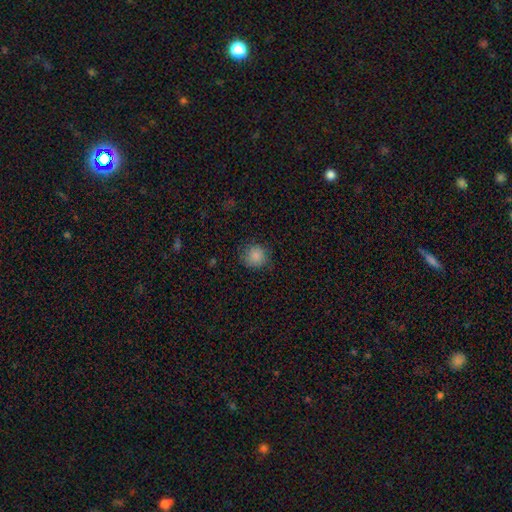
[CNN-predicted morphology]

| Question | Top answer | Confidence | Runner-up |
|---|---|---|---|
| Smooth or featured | smooth | 85% | star or artifact (10%) |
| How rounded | round | 89% | in between (10%) |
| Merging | none | 80% | minor disturbance (14%) |